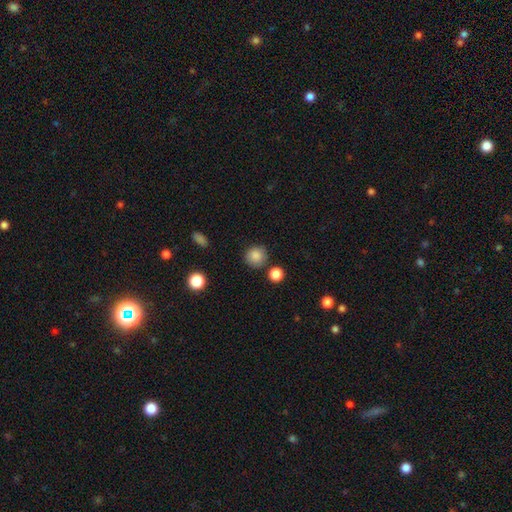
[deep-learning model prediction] This is clearly a smooth galaxy (86%). How rounded: clearly round (92%). Merging: clearly none (83%).